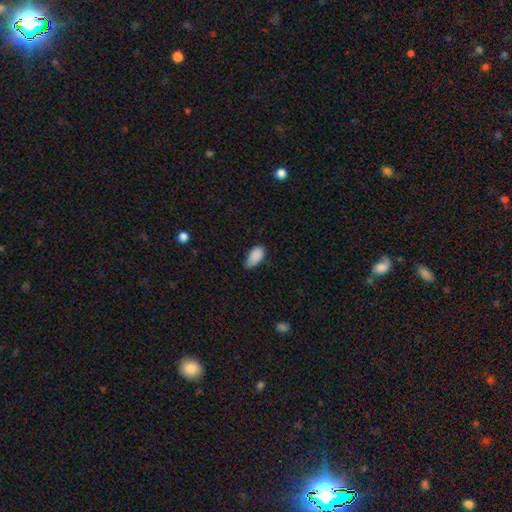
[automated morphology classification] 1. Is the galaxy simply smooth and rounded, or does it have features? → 88% smooth, 7% star or artifact, 4% featured or disk.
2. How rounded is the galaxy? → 94% in between, 4% cigar-shaped, 3% round.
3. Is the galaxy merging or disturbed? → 56% none, 37% minor disturbance, 5% major disturbance, 1% merger.